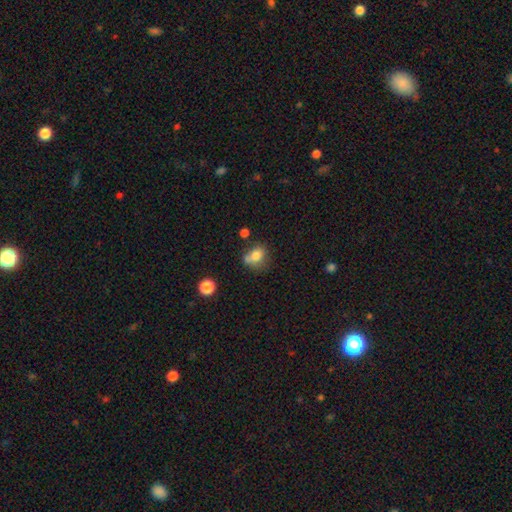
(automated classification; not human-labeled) Morphology: type=smooth (77%); roundness=in between (52%); merging=none (44%).